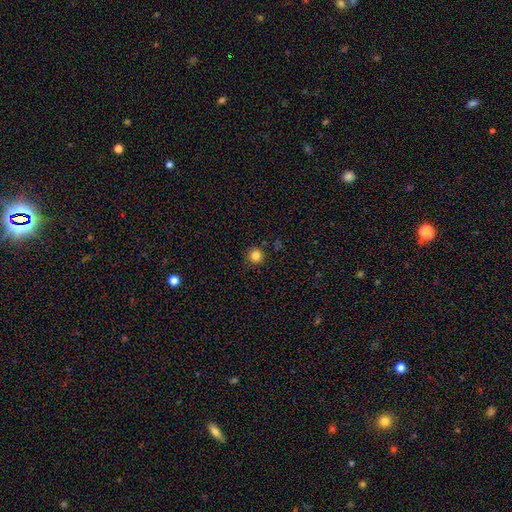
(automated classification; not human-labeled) The model was most divided on "smooth or featured": smooth: 83%, star or artifact: 12%, featured or disk: 4%. More confident: how rounded — round (95%); merging — none (87%).